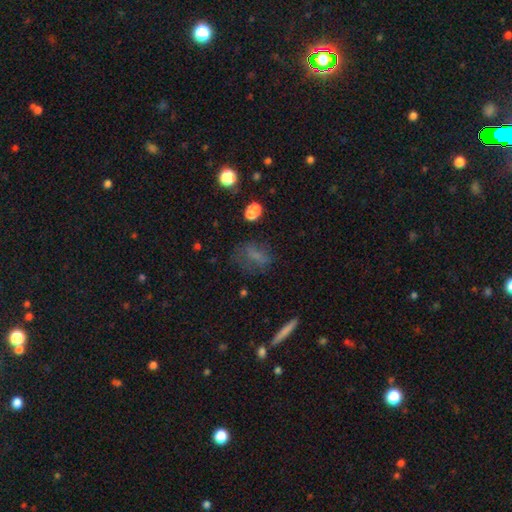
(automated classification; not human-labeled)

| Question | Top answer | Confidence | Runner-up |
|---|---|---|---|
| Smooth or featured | smooth | 60% | featured or disk (22%) |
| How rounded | in between | 66% | round (21%) |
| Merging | none | 56% | minor disturbance (22%) |